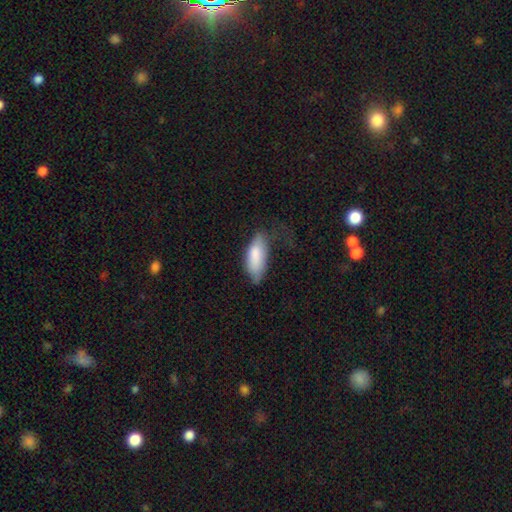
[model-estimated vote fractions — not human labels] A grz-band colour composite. It shows a smooth galaxy with no disk features (81%) that is in between round and cigar-shaped (79%). Merging: none (40%).